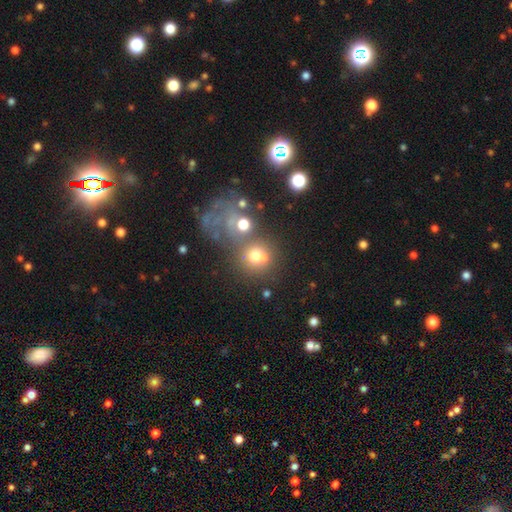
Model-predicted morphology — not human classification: The model was most divided on "merging": merger: 41%, none: 40%, minor disturbance: 10%, major disturbance: 9%. More confident: how rounded — round (82%); smooth or featured — smooth (61%).